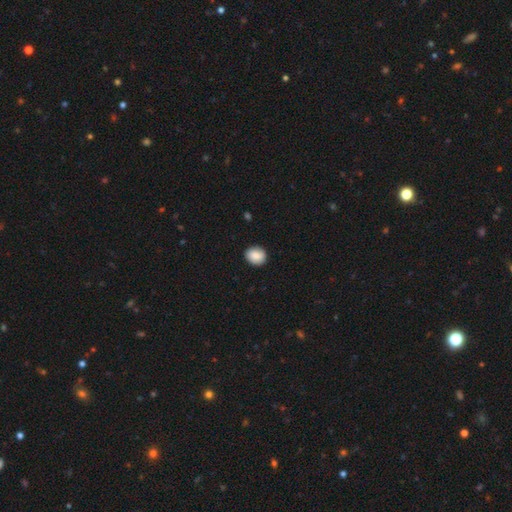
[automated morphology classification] Smooth or featured: smooth — 85% (star or artifact — 7%)
How rounded: round — 68% (in between — 31%)
Merging: none — 88% (minor disturbance — 9%)